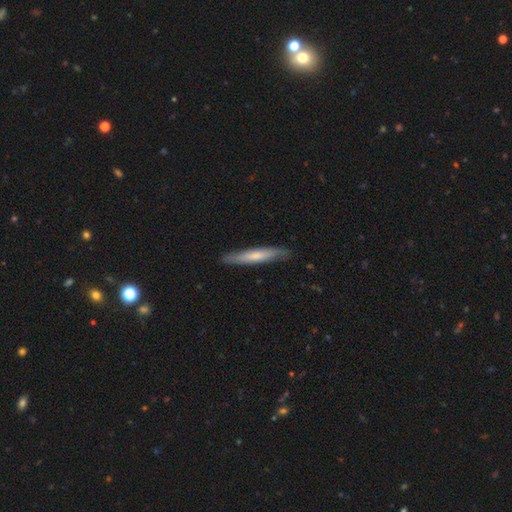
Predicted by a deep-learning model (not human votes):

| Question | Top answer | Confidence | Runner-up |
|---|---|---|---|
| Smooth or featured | smooth | 59% | featured or disk (36%) |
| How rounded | cigar-shaped | 94% | in between (5%) |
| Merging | none | 87% | minor disturbance (11%) |